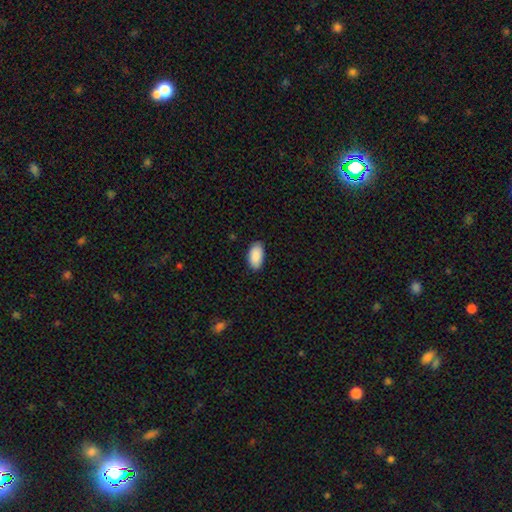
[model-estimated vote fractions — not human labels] This is clearly a smooth galaxy (91%). How rounded: clearly in between (95%). Merging: clearly none (85%).